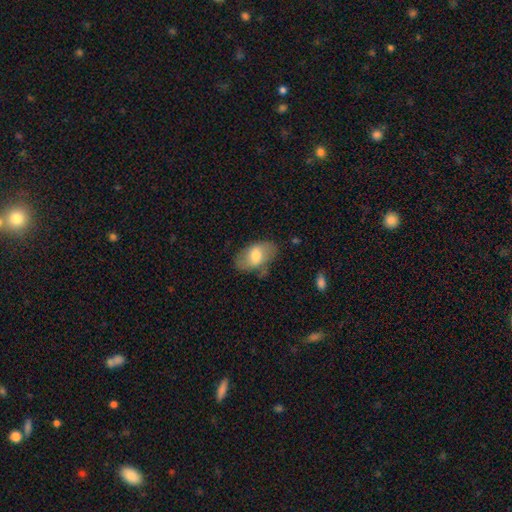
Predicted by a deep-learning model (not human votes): smooth 67%, featured or disk 26%, star or artifact 6%. Down the decision tree: how rounded — in between (92%); merging — none (65%).